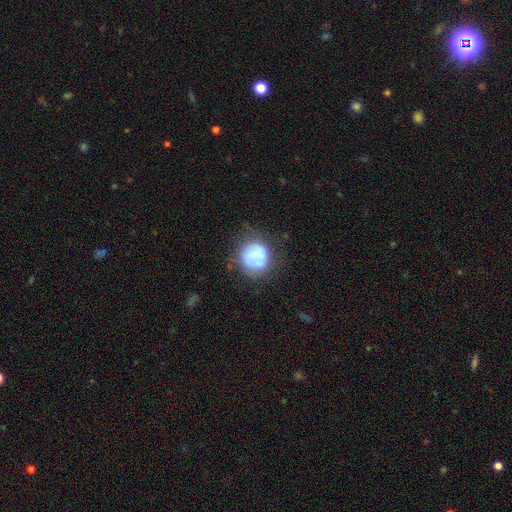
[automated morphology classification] A smooth galaxy with no disk features (58%) that is round (83%). Merging: none (52%).